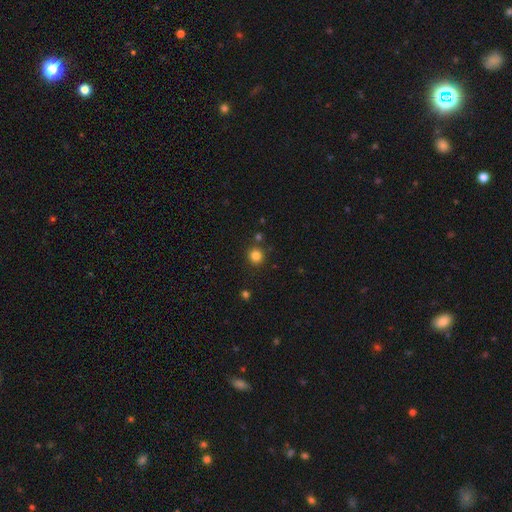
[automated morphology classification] Overall: smooth (83%). How rounded: round (92%). Merging: none (85%).